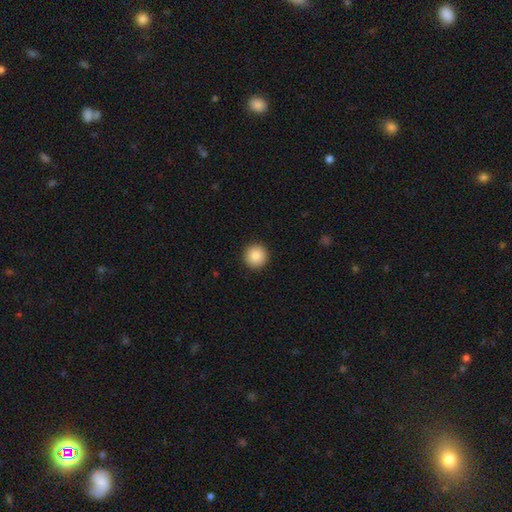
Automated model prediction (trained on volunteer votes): Morphology: type=smooth (87%); roundness=round (96%); merging=none (93%).